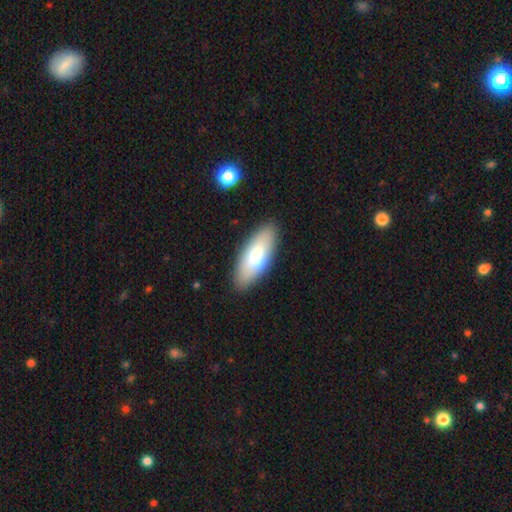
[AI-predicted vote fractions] Smooth or featured: smooth — 71% (featured or disk — 23%)
How rounded: in between — 75% (cigar-shaped — 23%)
Merging: none — 88% (minor disturbance — 8%)